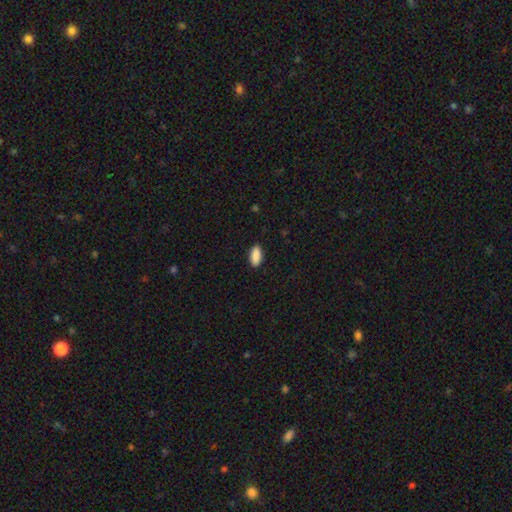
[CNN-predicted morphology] type=smooth (90%); roundness=in between (88%); merging=none (89%).